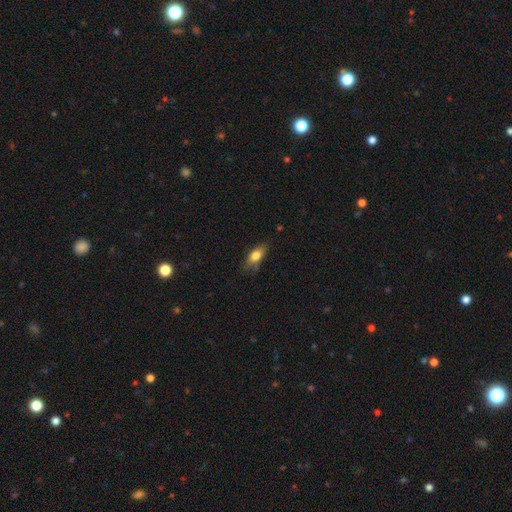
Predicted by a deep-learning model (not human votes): A smooth galaxy with no disk features (72%) that is in between round and cigar-shaped (76%).

Vote fractions:
- Smooth or featured? smooth: 72% / featured or disk: 20% / star or artifact: 8%
- How rounded? in between: 76% / cigar-shaped: 19% / round: 5%
- Merging? none: 60% / minor disturbance: 29% / major disturbance: 8% / merger: 2%